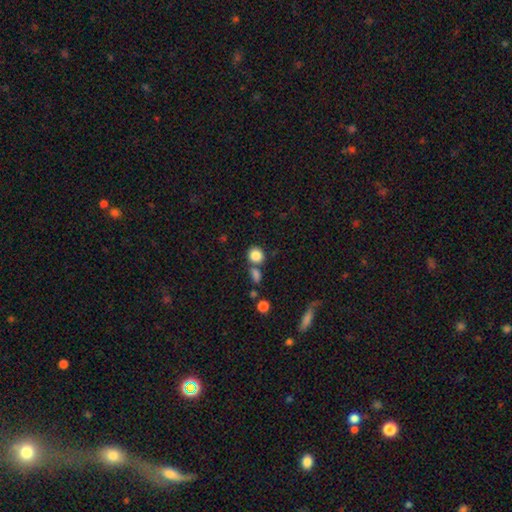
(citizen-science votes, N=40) Q: Smooth or featured?
A: smooth (88%); runner-up: star or artifact (10%)
Q: How rounded?
A: round (94%); runner-up: in between (6%)
Q: Merging?
A: none (53%); runner-up: merger (25%)